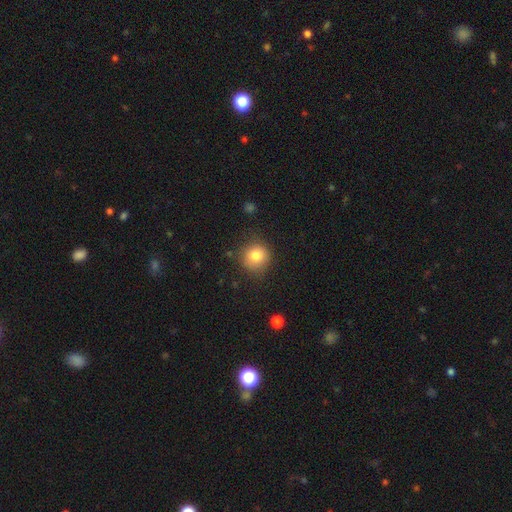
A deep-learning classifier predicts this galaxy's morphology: Smooth or featured: smooth — 82% (star or artifact — 10%)
How rounded: round — 90% (in between — 9%)
Merging: none — 81% (minor disturbance — 13%)